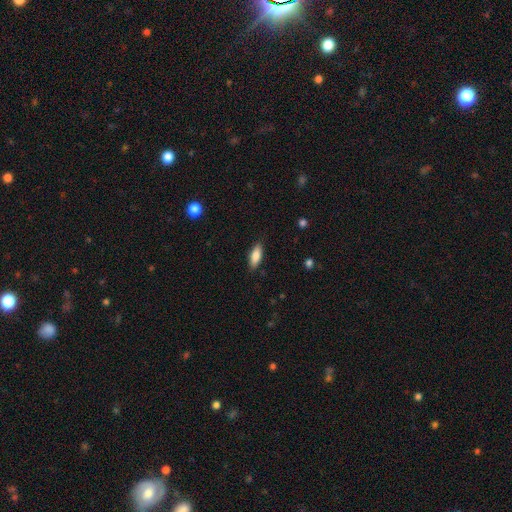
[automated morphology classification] Smooth or featured?
  - smooth: 82% *
  - featured or disk: 11%
  - star or artifact: 6%
How rounded?
  - in between: 71% *
  - cigar-shaped: 27%
  - round: 2%
Merging?
  - none: 87% *
  - minor disturbance: 10%
  - major disturbance: 2%
  - merger: 1%